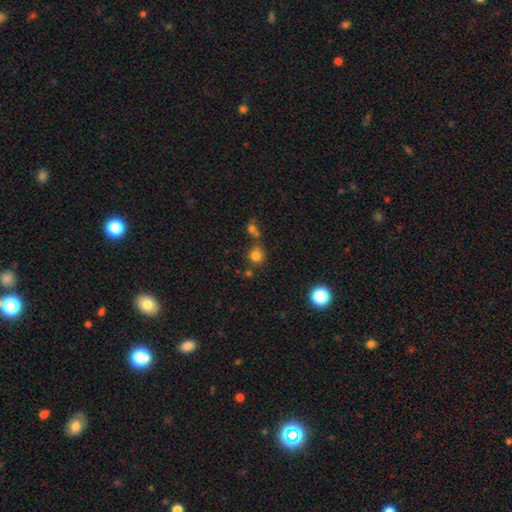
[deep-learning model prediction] smooth_or_featured: smooth (p=0.77) [alt: star or artifact p=0.16]
how_rounded: round (p=0.87) [alt: in between p=0.12]
merging: none (p=0.62) [alt: merger p=0.22]